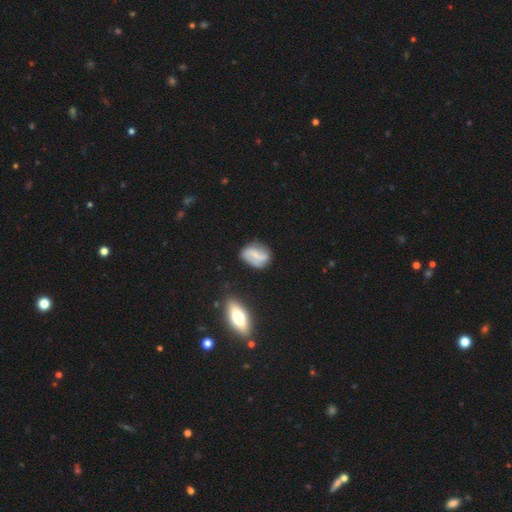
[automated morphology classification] The model was most divided on "bar": weak: 43%, no: 36%, strong: 21%. Remaining: edge-on disk — no (96%); spiral arms — yes (86%); spiral arm count — 2 (77%); merging — none (68%); smooth or featured — featured or disk (61%); bulge size — small (51%); spiral winding — loose (45%).